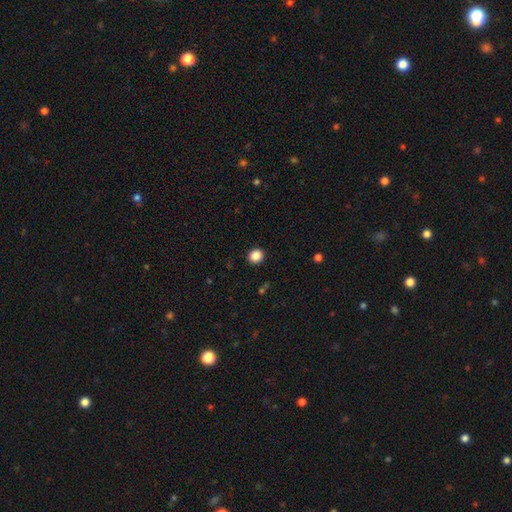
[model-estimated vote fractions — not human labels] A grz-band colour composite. It shows a smooth galaxy with no disk features (87%) that is round (87%). Merging: none (92%).